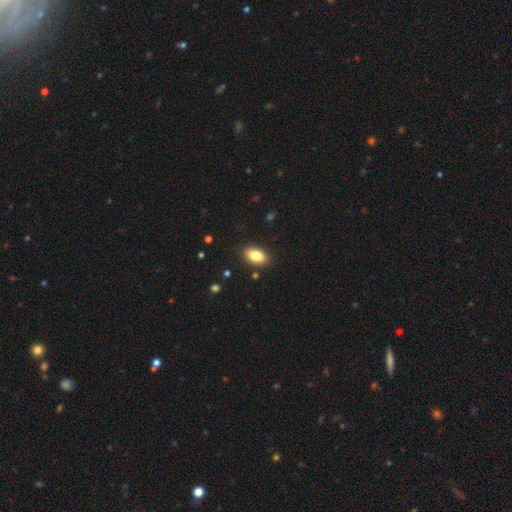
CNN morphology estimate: smooth 87%, star or artifact 7%, featured or disk 6%. Down the decision tree: how rounded — in between (92%); merging — none (88%).